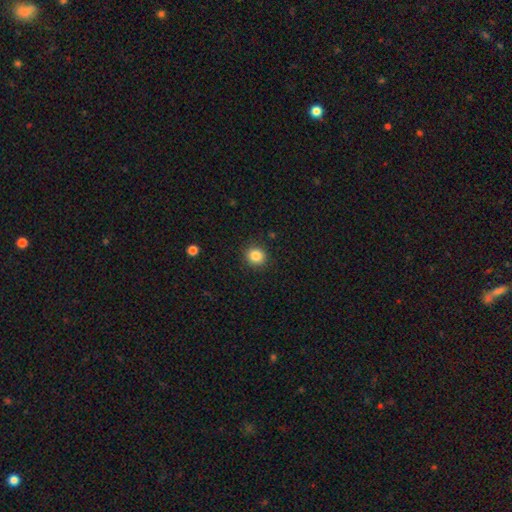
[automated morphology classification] type=smooth (85%); roundness=round (88%); merging=none (90%).